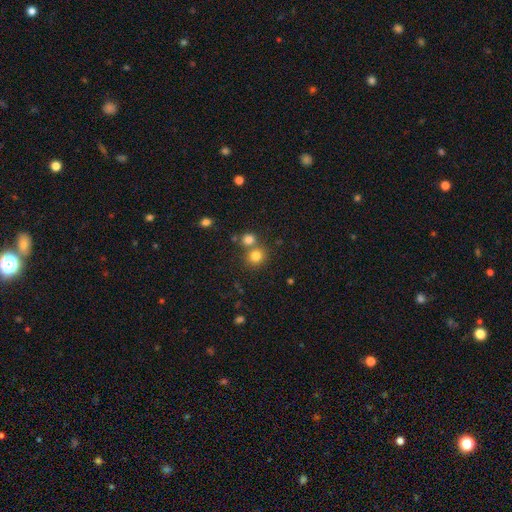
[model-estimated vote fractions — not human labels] Smooth or featured? Predicted: smooth (p=0.80). How rounded? Predicted: round (p=0.86). Merging? Predicted: none (p=0.59).